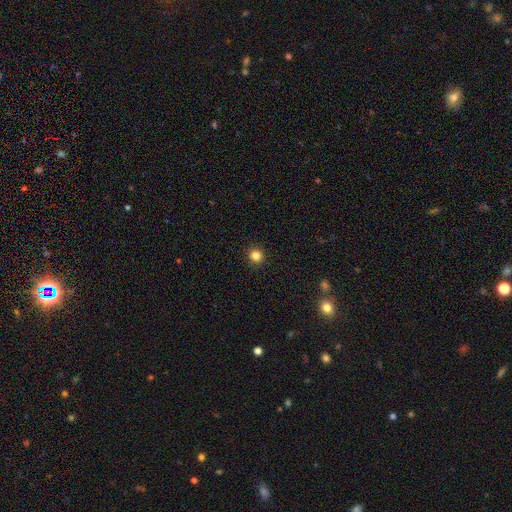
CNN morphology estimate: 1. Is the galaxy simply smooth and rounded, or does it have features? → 84% smooth, 12% star or artifact, 4% featured or disk.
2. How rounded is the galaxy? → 93% round, 6% in between, 1% cigar-shaped.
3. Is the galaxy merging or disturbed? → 92% none, 5% minor disturbance, 2% major disturbance, 1% merger.